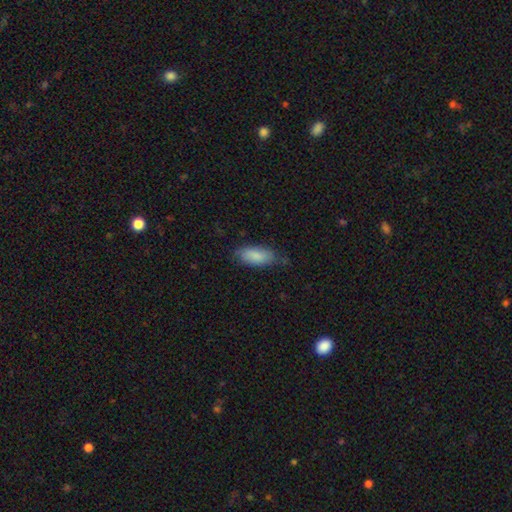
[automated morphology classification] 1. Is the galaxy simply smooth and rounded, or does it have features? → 86% smooth, 8% featured or disk, 6% star or artifact.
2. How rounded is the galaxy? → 84% in between, 14% cigar-shaped, 2% round.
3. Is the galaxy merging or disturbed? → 71% none, 23% minor disturbance, 4% major disturbance, 2% merger.